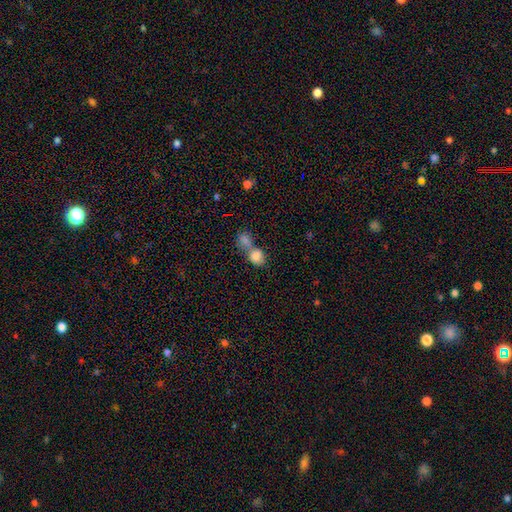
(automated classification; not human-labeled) Smooth or featured?
  - smooth: 81% *
  - star or artifact: 10%
  - featured or disk: 9%
How rounded?
  - in between: 49% * (tied)
  - round: 49% * (tied)
  - cigar-shaped: 2%
Merging?
  - merger: 66% *
  - none: 23%
  - minor disturbance: 7%
  - major disturbance: 4%